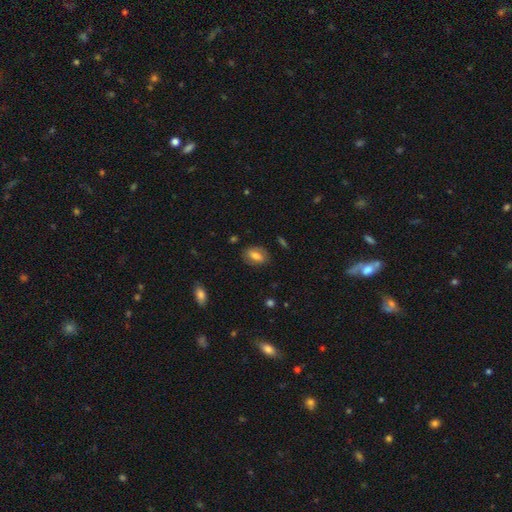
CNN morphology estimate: smooth 67%, featured or disk 25%, star or artifact 8%. Down the decision tree: how rounded — in between (82%); merging — none (78%).